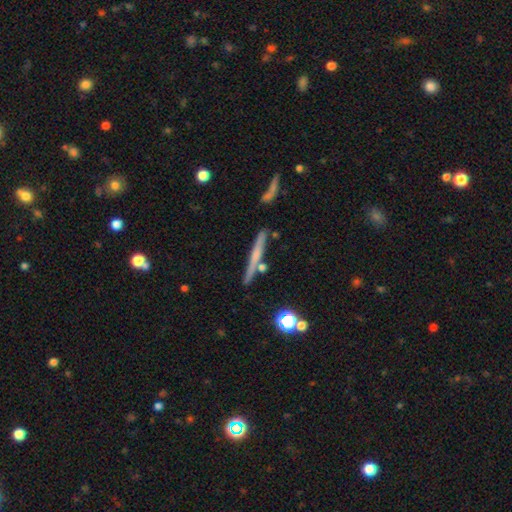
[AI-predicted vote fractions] This appears to be a featured or disk galaxy (49%). Merging: none (80%).